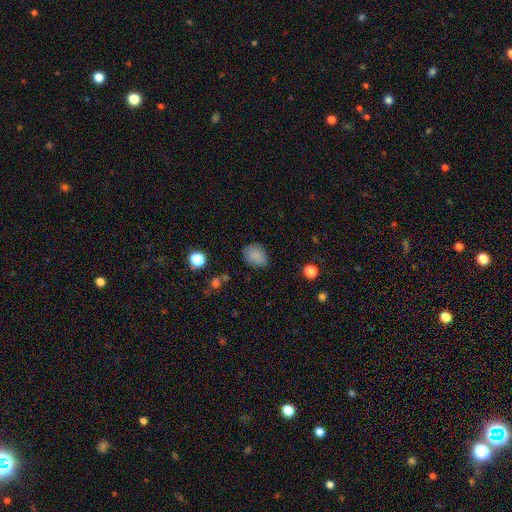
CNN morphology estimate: Smooth or featured? smooth (83%)
How rounded? in between (64%)
Merging? none (71%)